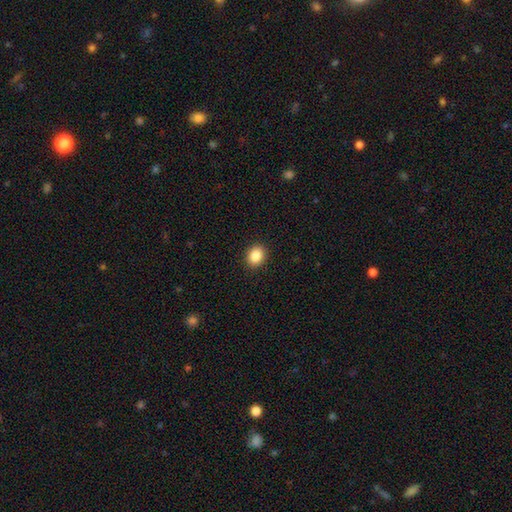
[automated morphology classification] Smooth or featured? Predicted: smooth (p=0.87). How rounded? Predicted: round (p=0.61). Merging? Predicted: none (p=0.91).